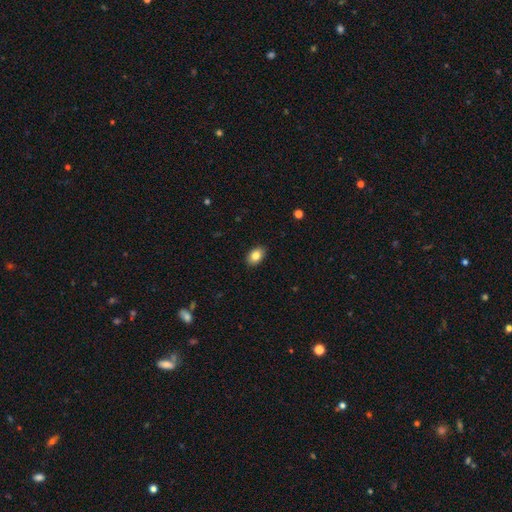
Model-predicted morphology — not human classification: A smooth galaxy with no disk features (83%) that is in between round and cigar-shaped (81%).

Vote fractions:
- Smooth or featured? smooth: 83% / featured or disk: 9% / star or artifact: 9%
- How rounded? in between: 81% / round: 18% / cigar-shaped: 1%
- Merging? none: 89% / minor disturbance: 8% / major disturbance: 2% / merger: 1%